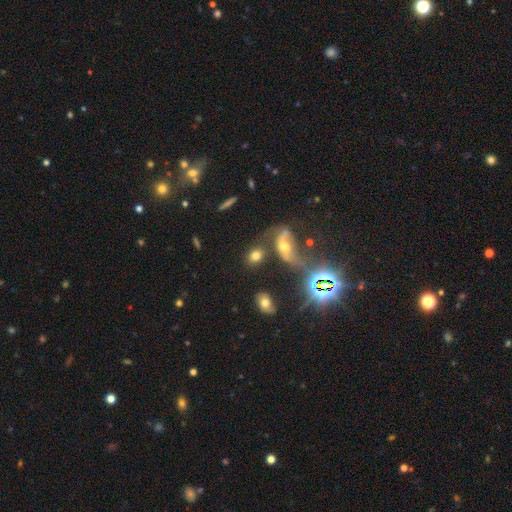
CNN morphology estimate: smooth 68%, star or artifact 17%, featured or disk 16%. Down the decision tree: how rounded — in between (60%); merging — none (52%).